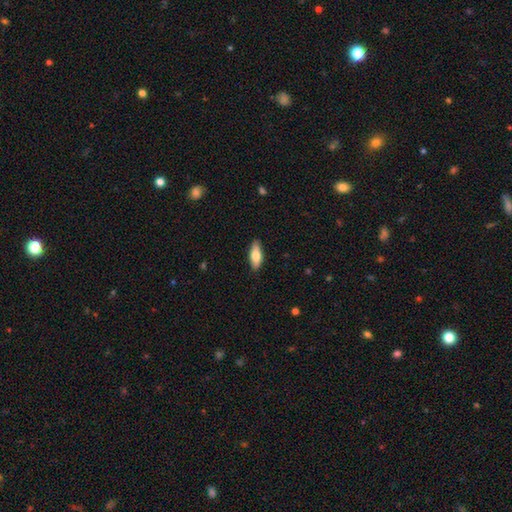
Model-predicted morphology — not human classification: smooth_or_featured: smooth (p=0.73) [alt: featured or disk p=0.21]
how_rounded: in between (p=0.69) [alt: cigar-shaped p=0.29]
merging: none (p=0.88) [alt: minor disturbance p=0.09]